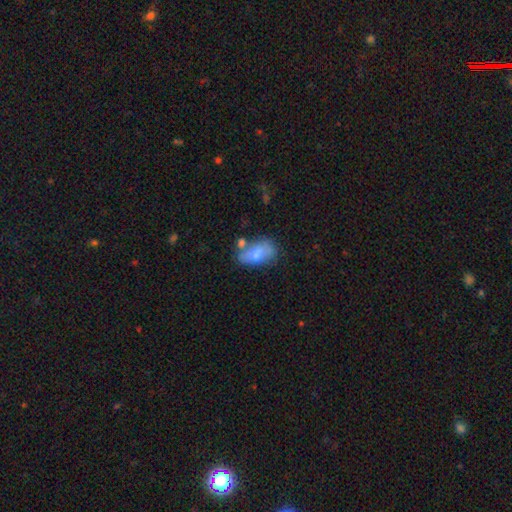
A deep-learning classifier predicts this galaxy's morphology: This appears to be a smooth galaxy with no disk features (69%) that is in between round and cigar-shaped (90%). Merging: none (46%).